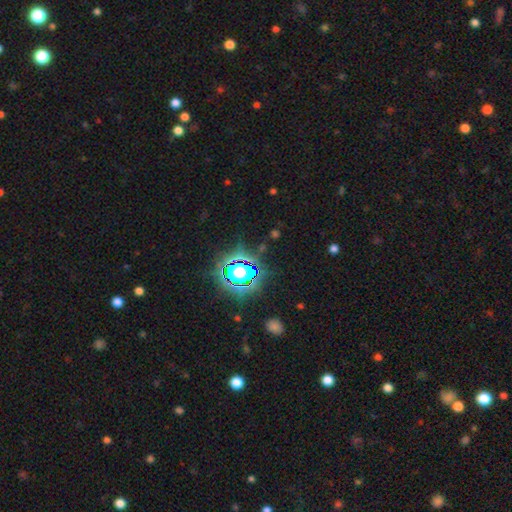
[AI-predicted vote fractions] A star or artifact, not a galaxy (80%).